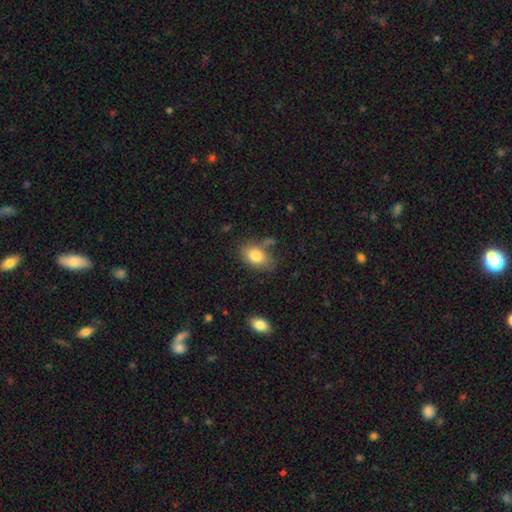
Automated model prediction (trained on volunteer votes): The model was most divided on "merging": none: 61%, minor disturbance: 24%, major disturbance: 8%, merger: 7%. More confident: how rounded — in between (84%); smooth or featured — smooth (81%).